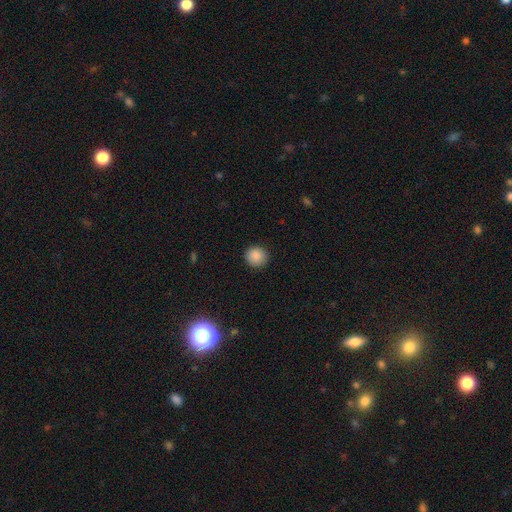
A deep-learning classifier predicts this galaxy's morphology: type=smooth (88%); roundness=round (93%); merging=none (91%).